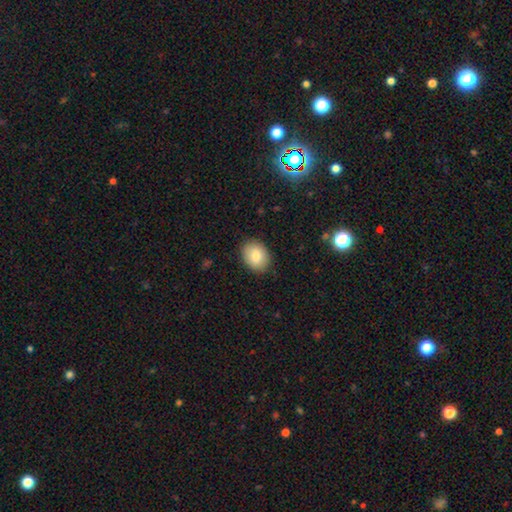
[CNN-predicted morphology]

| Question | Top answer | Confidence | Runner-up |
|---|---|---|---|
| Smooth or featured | smooth | 83% | featured or disk (10%) |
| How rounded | in between | 68% | round (31%) |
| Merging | none | 87% | minor disturbance (10%) |